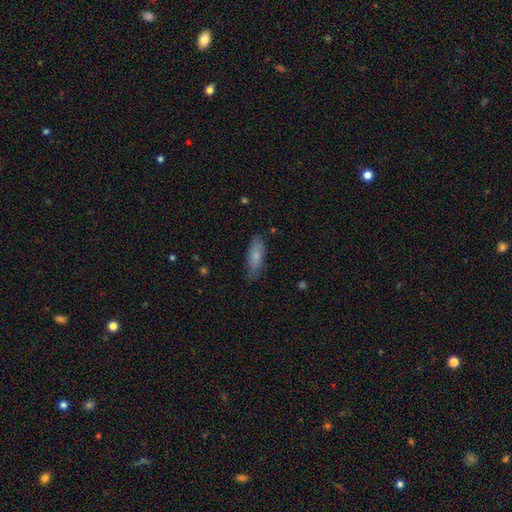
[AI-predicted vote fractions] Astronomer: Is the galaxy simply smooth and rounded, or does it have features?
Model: smooth — 74%.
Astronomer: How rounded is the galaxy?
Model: in between — 66%.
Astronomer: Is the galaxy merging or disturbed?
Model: none — 75%.